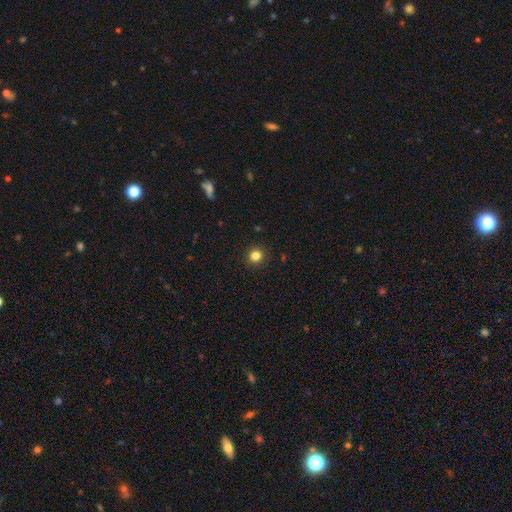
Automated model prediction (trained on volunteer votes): Morphology: type=smooth (83%); roundness=round (90%); merging=none (92%).